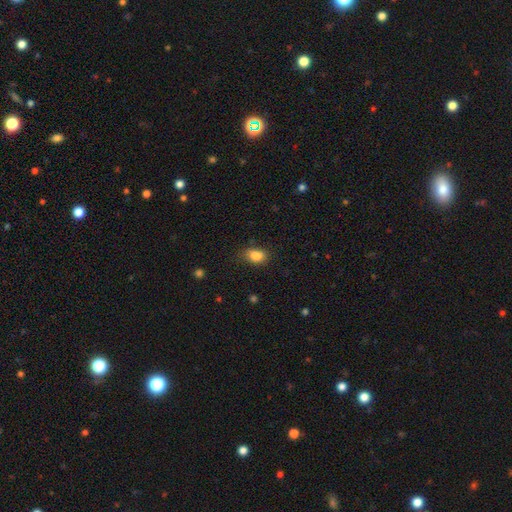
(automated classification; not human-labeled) This appears to be a smooth galaxy with no disk features (84%) that is in between round and cigar-shaped (78%). Merging: none (71%).